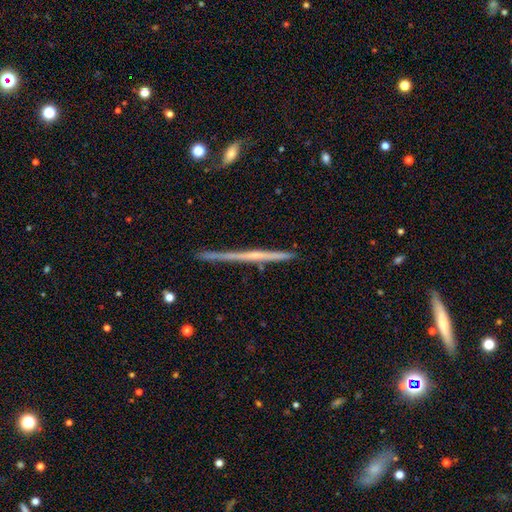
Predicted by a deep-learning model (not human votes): smooth_or_featured: featured or disk (p=0.73) [alt: smooth p=0.21]
disk_edge_on: yes (p=0.98) [alt: no p=0.02]
edge_on_bulge: none (p=0.63) [alt: rounded p=0.30]
merging: none (p=0.84) [alt: minor disturbance p=0.12]